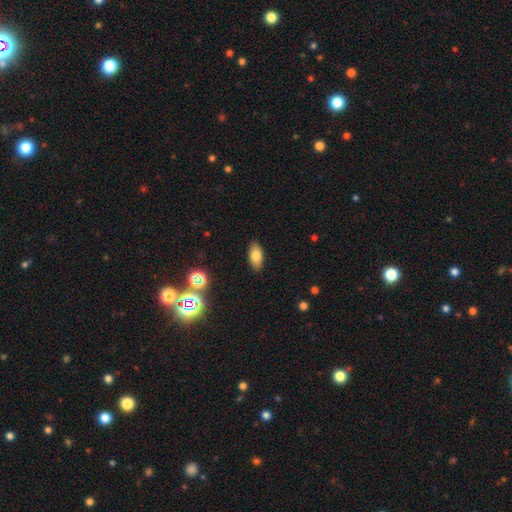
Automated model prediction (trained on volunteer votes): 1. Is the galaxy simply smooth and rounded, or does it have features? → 78% smooth, 12% featured or disk, 10% star or artifact.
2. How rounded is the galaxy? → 90% in between, 6% cigar-shaped, 4% round.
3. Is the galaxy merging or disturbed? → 88% none, 8% minor disturbance, 2% major disturbance, 1% merger.